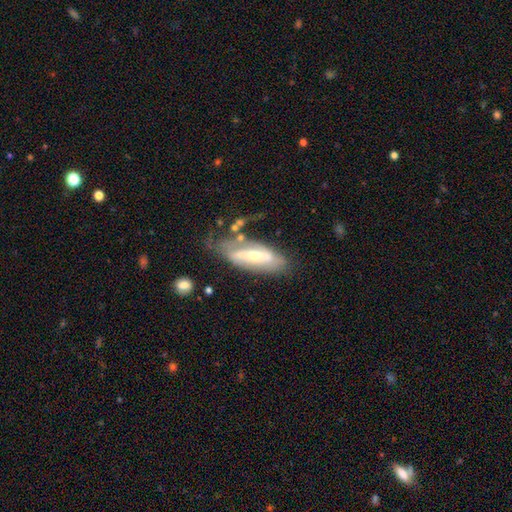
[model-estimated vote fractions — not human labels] Smooth or featured? featured or disk (64%)
Edge-on disk? no (76%)
Merging? none (51%)